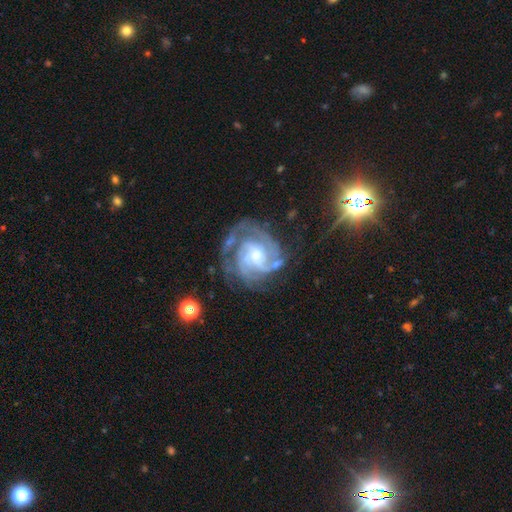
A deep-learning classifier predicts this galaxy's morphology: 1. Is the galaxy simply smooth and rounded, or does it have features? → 90% featured or disk, 5% star or artifact, 5% smooth.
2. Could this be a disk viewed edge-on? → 98% no, 2% yes.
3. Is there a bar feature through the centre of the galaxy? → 57% no, 35% weak, 8% strong.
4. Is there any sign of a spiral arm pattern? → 98% yes, 2% no.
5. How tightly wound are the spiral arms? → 61% tight, 33% medium, 6% loose.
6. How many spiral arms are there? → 34% 3, 19% can't tell, 19% 4, 15% 2, 7% more than 4, 6% 1.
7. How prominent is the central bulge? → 49% moderate, 42% small, 6% large, 3% none, 1% dominant.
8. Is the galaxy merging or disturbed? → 63% none, 20% minor disturbance, 14% major disturbance, 3% merger.